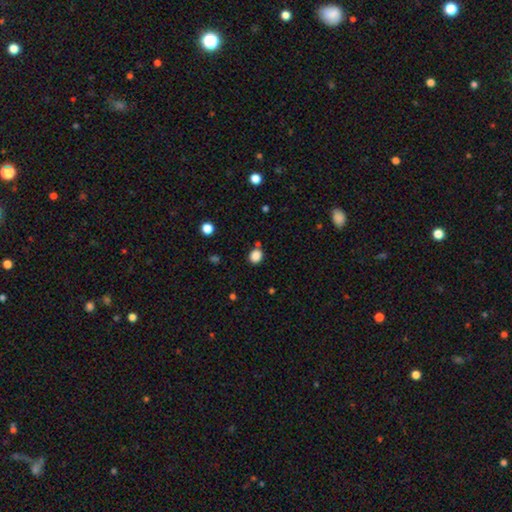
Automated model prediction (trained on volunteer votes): Smooth or featured: smooth — 85% (star or artifact — 11%)
How rounded: round — 69% (in between — 30%)
Merging: none — 75% (minor disturbance — 13%)